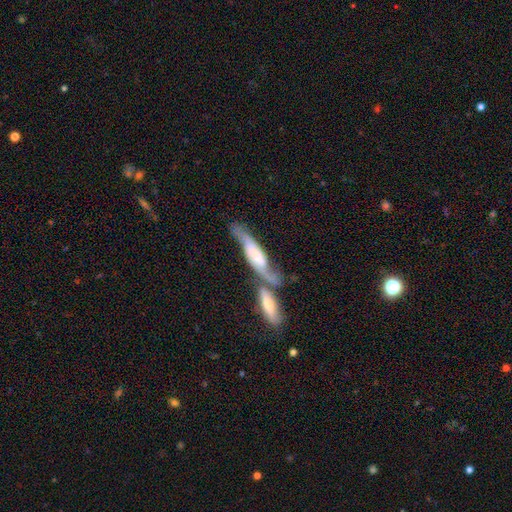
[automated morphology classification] A featured or disk galaxy (63%). Merging: merger (51%).